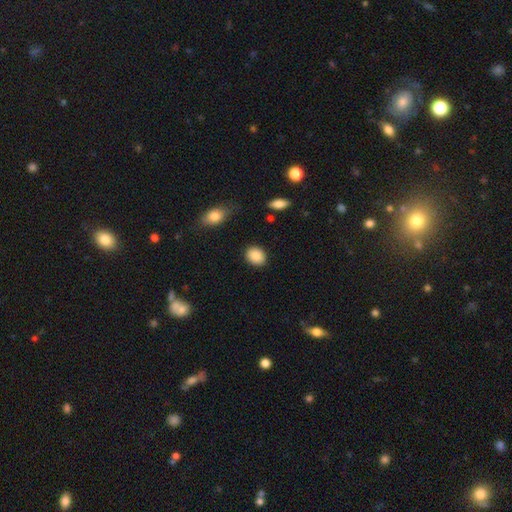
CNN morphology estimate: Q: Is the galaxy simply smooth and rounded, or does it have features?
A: smooth — 89%.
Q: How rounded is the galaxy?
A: round — 51%.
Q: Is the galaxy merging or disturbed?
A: none — 89%.